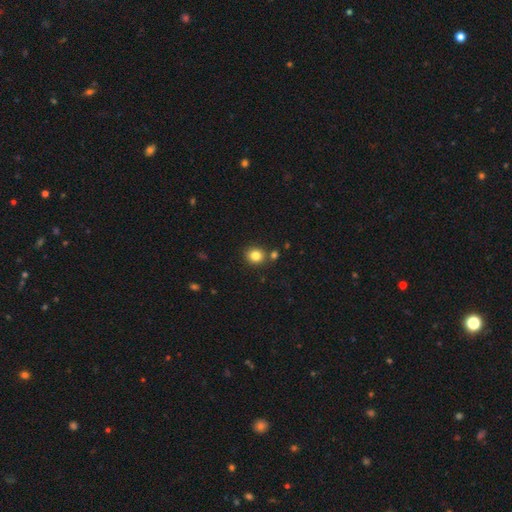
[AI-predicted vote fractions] Smooth or featured? Predicted: smooth (p=0.82). How rounded? Predicted: round (p=0.82). Merging? Predicted: none (p=0.79).